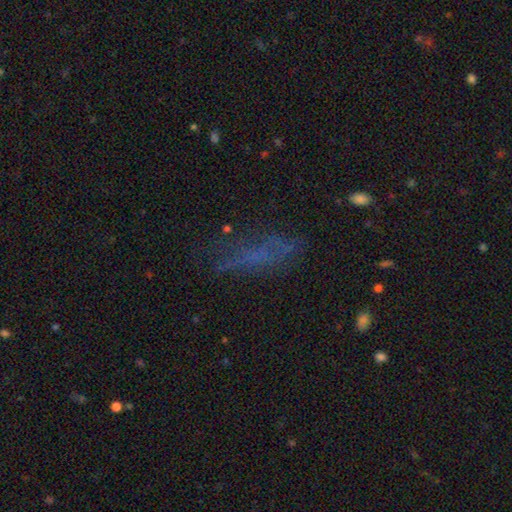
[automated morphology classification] smooth 48%, featured or disk 28%, star or artifact 24%. Down the decision tree: merging — none (60%).